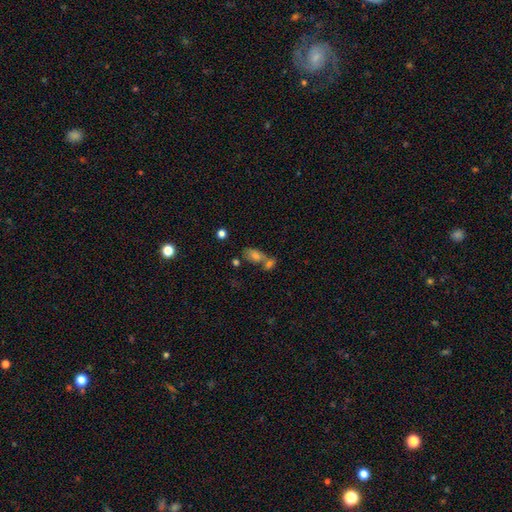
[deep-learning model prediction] Morphology: type=smooth (64%); roundness=in between (82%); merging=merger (51%).